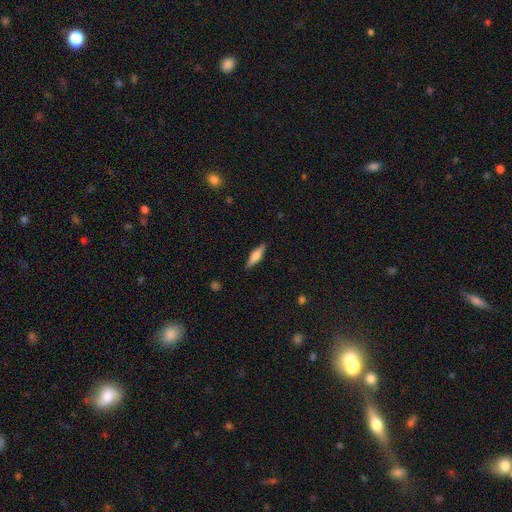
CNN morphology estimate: A smooth galaxy with no disk features (55%) that is cigar-shaped (69%). Merging: none (88%).